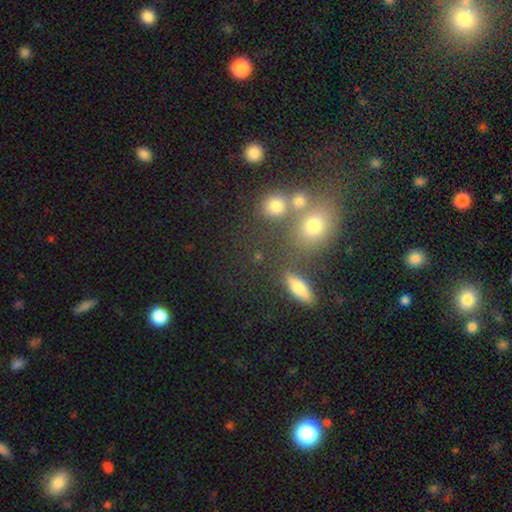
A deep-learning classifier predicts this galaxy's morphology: smooth_or_featured: smooth (p=0.58) [alt: star or artifact p=0.25]
how_rounded: round (p=0.46) [alt: in between p=0.44]
merging: none (p=0.57) [alt: merger p=0.24]